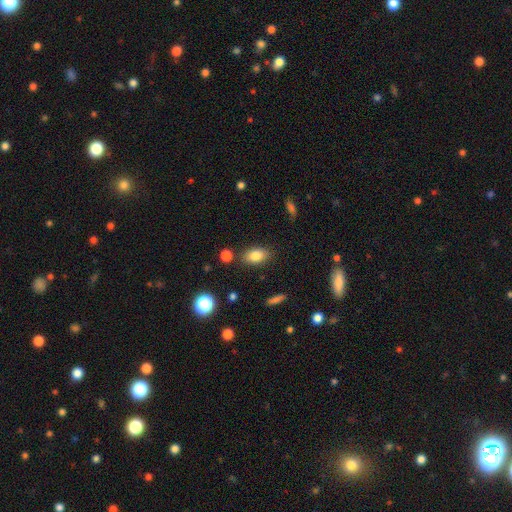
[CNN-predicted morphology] smooth_or_featured: smooth (p=0.82) [alt: star or artifact p=0.09]
how_rounded: in between (p=0.87) [alt: round p=0.10]
merging: none (p=0.83) [alt: minor disturbance p=0.11]